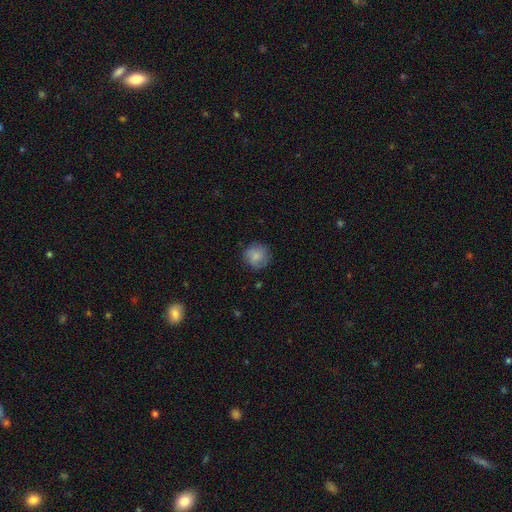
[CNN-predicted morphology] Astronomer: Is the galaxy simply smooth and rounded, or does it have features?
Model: smooth — 74%.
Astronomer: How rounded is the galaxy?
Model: round — 91%.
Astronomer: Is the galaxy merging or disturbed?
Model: none — 80%.